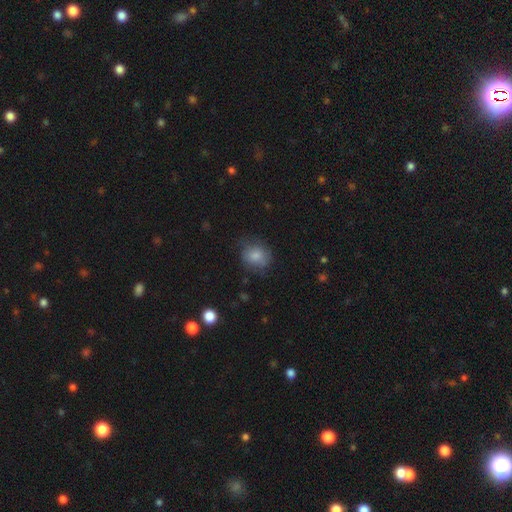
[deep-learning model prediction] A smooth galaxy with no disk features (79%) that is round (67%).

Vote fractions:
- Smooth or featured? smooth: 79% / featured or disk: 13% / star or artifact: 8%
- How rounded? round: 67% / in between: 32% / cigar-shaped: 1%
- Merging? none: 66% / minor disturbance: 24% / major disturbance: 9% / merger: 1%